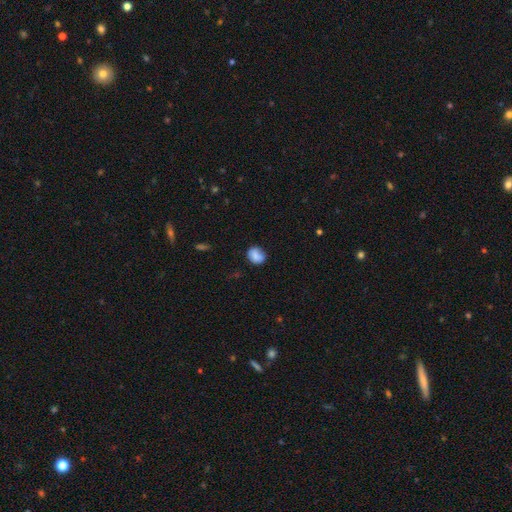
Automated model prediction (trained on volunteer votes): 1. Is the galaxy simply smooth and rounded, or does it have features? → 82% smooth, 10% featured or disk, 9% star or artifact.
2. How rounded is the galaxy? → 53% round, 46% in between, 1% cigar-shaped.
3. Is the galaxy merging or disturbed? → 68% none, 23% minor disturbance, 6% major disturbance, 3% merger.